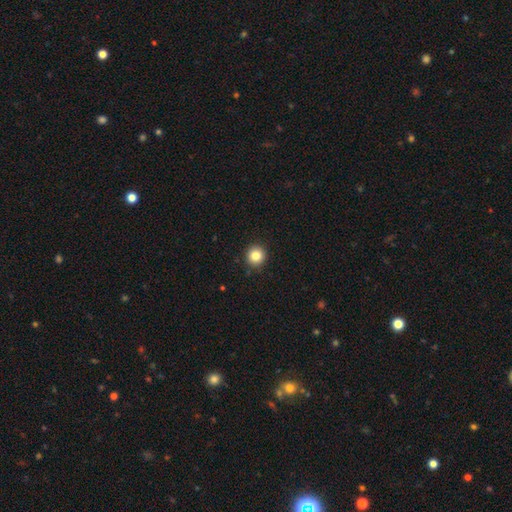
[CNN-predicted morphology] A smooth galaxy with no disk features (84%) that is round (94%).

Vote fractions:
- Smooth or featured? smooth: 84% / star or artifact: 11% / featured or disk: 6%
- How rounded? round: 94% / in between: 5% / cigar-shaped: 1%
- Merging? none: 92% / minor disturbance: 6% / major disturbance: 2% / merger: 1%